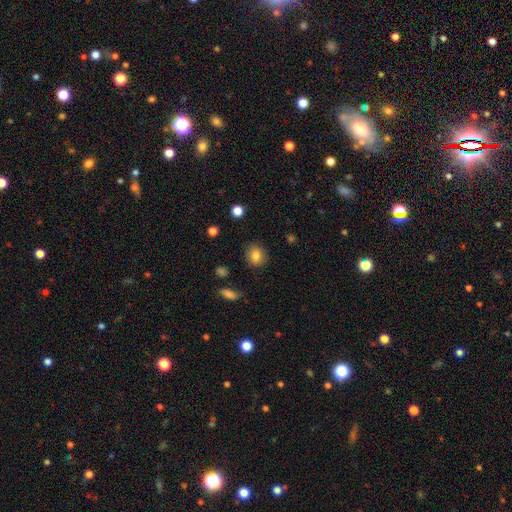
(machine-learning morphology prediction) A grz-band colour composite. It shows a smooth galaxy with no disk features (82%) that is round (68%). Merging: none (86%).